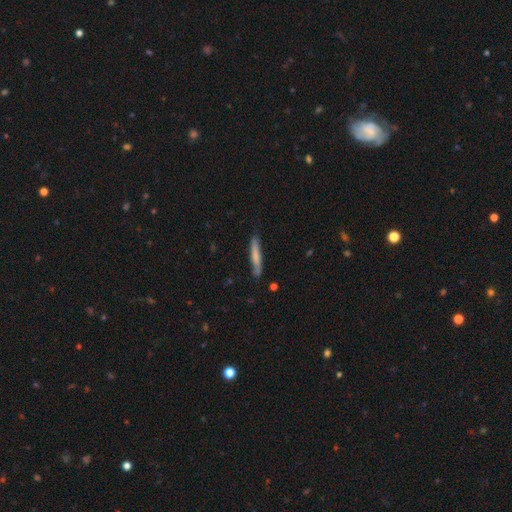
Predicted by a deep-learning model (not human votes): A smooth galaxy with no disk features (68%) that is cigar-shaped (94%). Merging: none (81%).